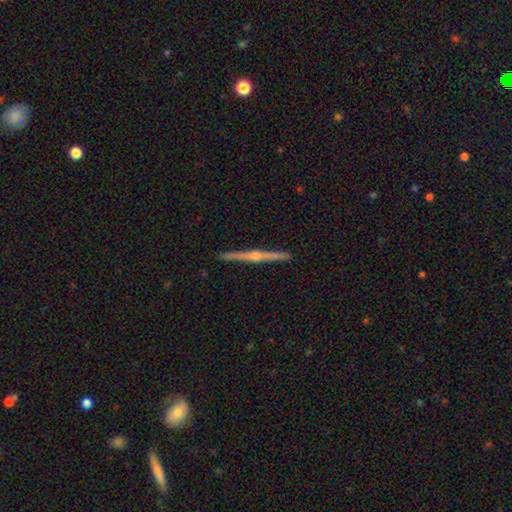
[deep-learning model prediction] A featured or disk galaxy (79%) viewed edge-on (98%) with a rounded central bulge (80%).

Vote fractions:
- Smooth or featured? featured or disk: 79% / smooth: 14% / star or artifact: 7%
- Edge-on disk? yes: 98% / no: 2%
- Edge-on bulge? rounded: 80% / none: 14% / boxy: 6%
- Merging? none: 90% / minor disturbance: 7% / major disturbance: 2% / merger: 2%